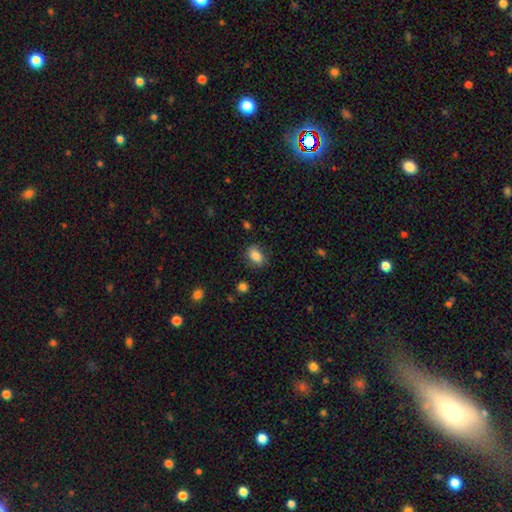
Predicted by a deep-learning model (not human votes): smooth_or_featured: smooth (p=0.83) [alt: star or artifact p=0.09]
how_rounded: in between (p=0.79) [alt: round p=0.19]
merging: none (p=0.79) [alt: minor disturbance p=0.16]